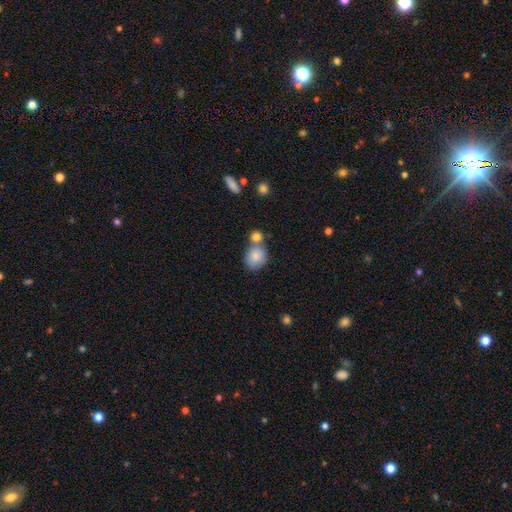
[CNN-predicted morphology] The model was most divided on "merging": none: 44%, merger: 40%, minor disturbance: 12%, major disturbance: 4%. More confident: smooth or featured — smooth (83%); how rounded — round (62%).